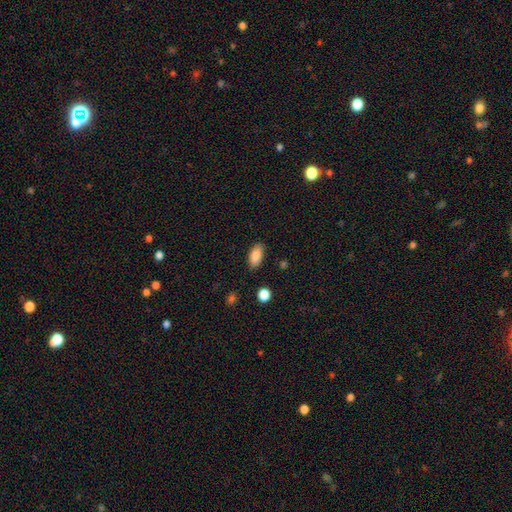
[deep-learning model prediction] This appears to be a smooth galaxy with no disk features (87%) that is in between round and cigar-shaped (90%). Merging: none (86%).